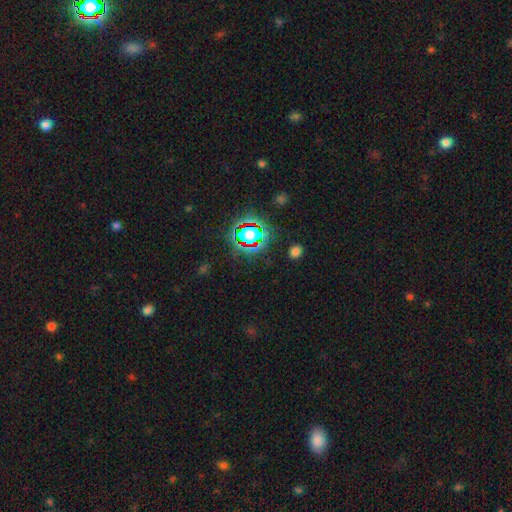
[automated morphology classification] The model was most divided on "smooth or featured": star or artifact: 72%, smooth: 19%, featured or disk: 9%.